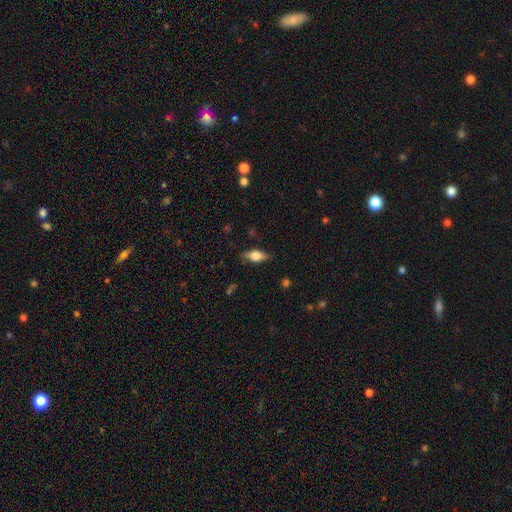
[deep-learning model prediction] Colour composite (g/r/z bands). It shows a smooth galaxy with no disk features (60%) that is in between round and cigar-shaped (77%). Merging: none (81%).